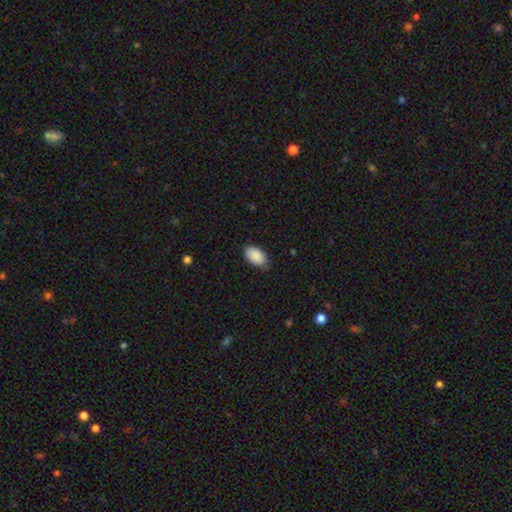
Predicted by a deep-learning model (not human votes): Morphology: type=smooth (90%); roundness=in between (94%); merging=none (76%).